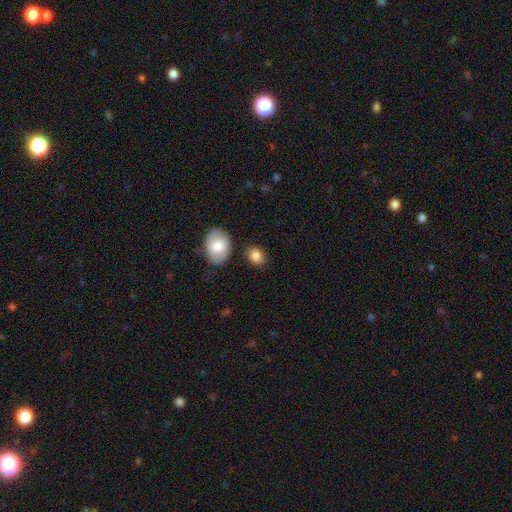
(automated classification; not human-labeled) Smooth or featured? smooth (86%)
How rounded? in between (73%)
Merging? none (78%)